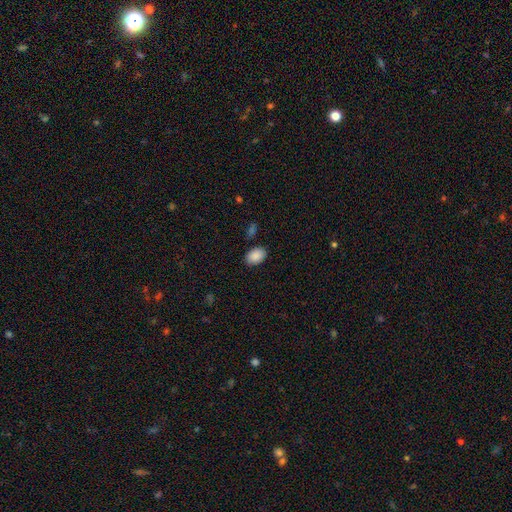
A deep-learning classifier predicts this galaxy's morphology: A smooth galaxy with no disk features (89%) that is in between round and cigar-shaped (85%).

Vote fractions:
- Smooth or featured? smooth: 89% / star or artifact: 7% / featured or disk: 4%
- How rounded? in between: 85% / round: 14% / cigar-shaped: 1%
- Merging? none: 85% / minor disturbance: 10% / major disturbance: 3% / merger: 2%